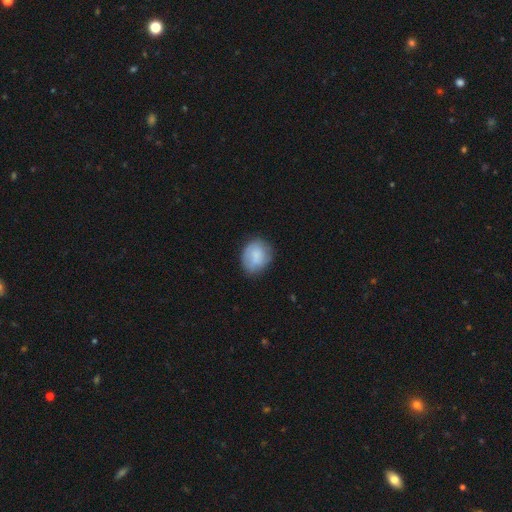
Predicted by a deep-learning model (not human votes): Smooth or featured? smooth (79%)
How rounded? round (51%)
Merging? none (70%)